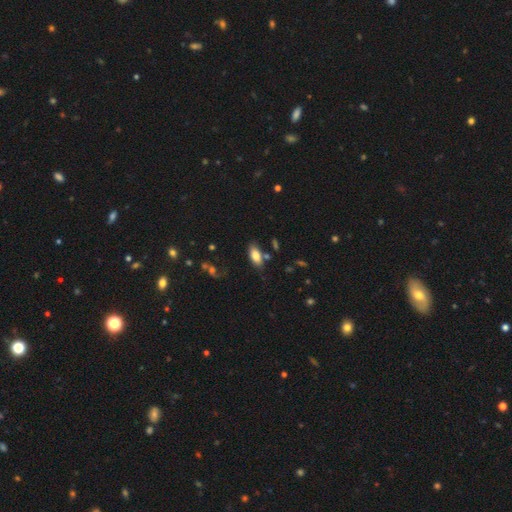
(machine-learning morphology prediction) A smooth galaxy with no disk features (80%) that is in between round and cigar-shaped (89%).

Vote fractions:
- Smooth or featured? smooth: 80% / featured or disk: 12% / star or artifact: 8%
- How rounded? in between: 89% / cigar-shaped: 8% / round: 3%
- Merging? none: 72% / minor disturbance: 16% / merger: 7% / major disturbance: 5%